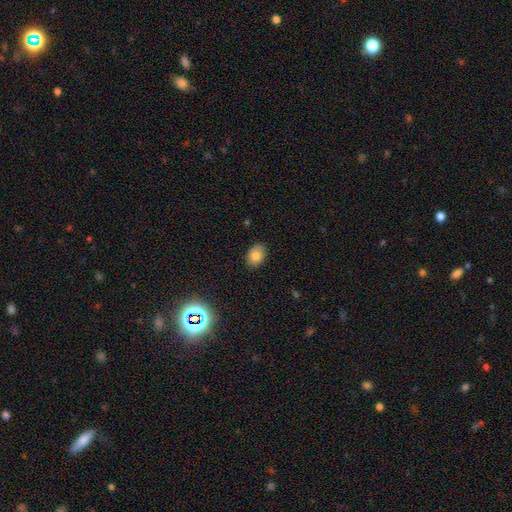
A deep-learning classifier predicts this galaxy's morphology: smooth 81%, featured or disk 10%, star or artifact 9%. Down the decision tree: how rounded — in between (74%); merging — none (86%).